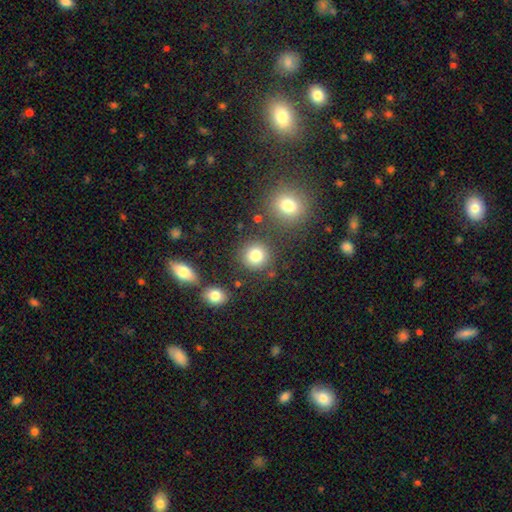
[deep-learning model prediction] Overall: smooth (82%). How rounded: round (91%). Merging: none (83%).